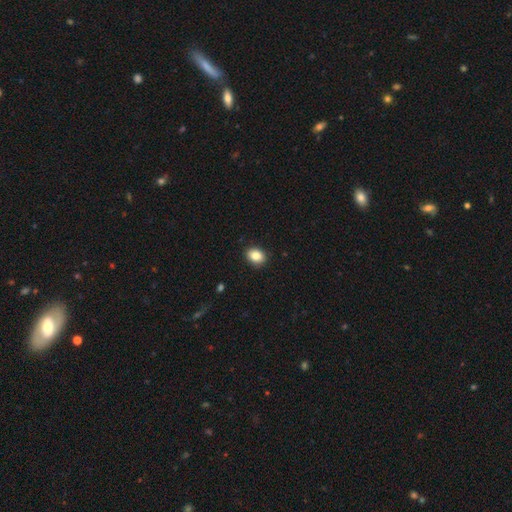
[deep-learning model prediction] Smooth or featured: smooth — 86% (star or artifact — 9%)
How rounded: in between — 60% (round — 39%)
Merging: none — 90% (minor disturbance — 7%)